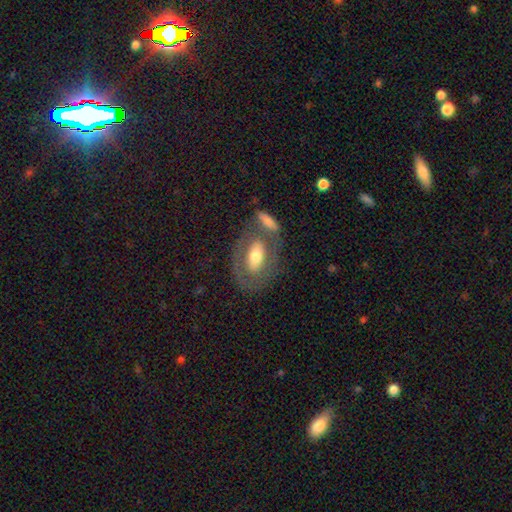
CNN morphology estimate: Smooth or featured: featured or disk — 49% (smooth — 45%)
Merging: none — 58% (merger — 18%)